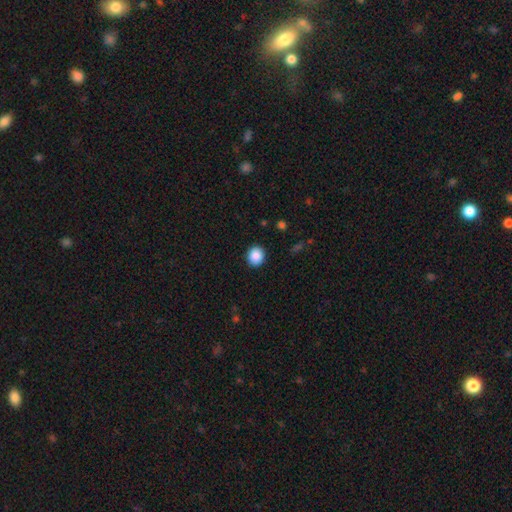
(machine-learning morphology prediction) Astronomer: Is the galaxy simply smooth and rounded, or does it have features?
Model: smooth — 88%.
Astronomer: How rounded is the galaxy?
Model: round — 84%.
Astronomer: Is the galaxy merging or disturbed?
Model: none — 91%.